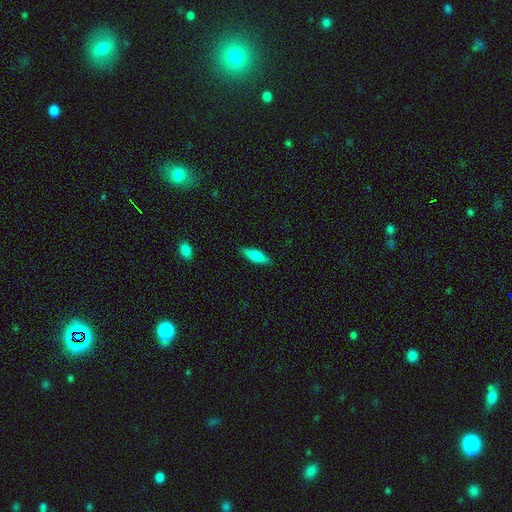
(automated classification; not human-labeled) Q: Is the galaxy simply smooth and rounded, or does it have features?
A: smooth — 77%.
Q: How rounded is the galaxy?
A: cigar-shaped — 54%.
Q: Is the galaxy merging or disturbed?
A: none — 88%.